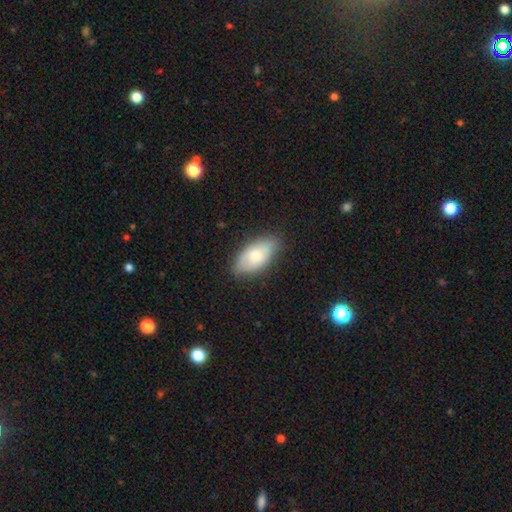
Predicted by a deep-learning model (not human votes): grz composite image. It shows a smooth galaxy with no disk features (72%) that is in between round and cigar-shaped (92%). Merging: none (78%).